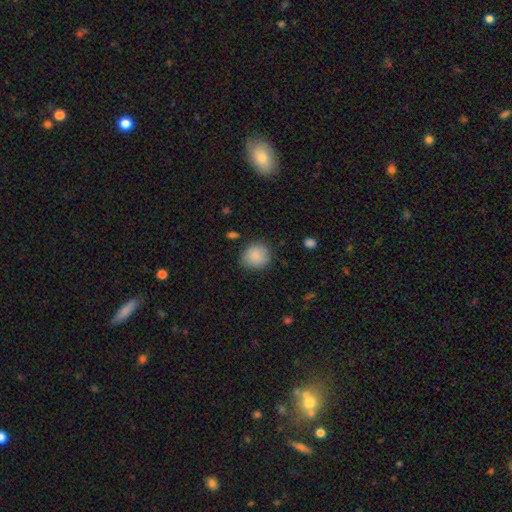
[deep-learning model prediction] Smooth or featured? Predicted: smooth (p=0.88). How rounded? Predicted: round (p=0.83). Merging? Predicted: none (p=0.84).